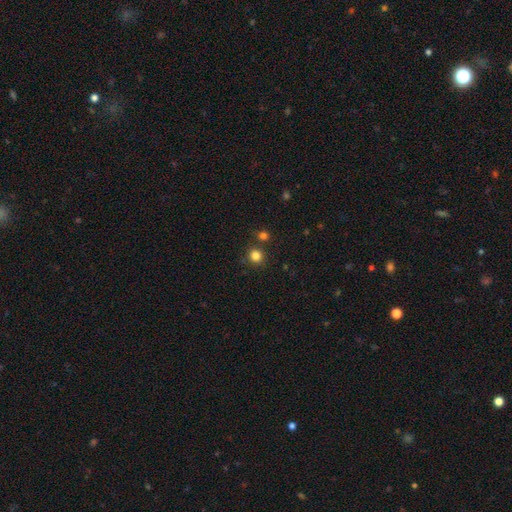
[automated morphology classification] Smooth or featured: smooth — 82% (star or artifact — 14%)
How rounded: round — 91% (in between — 8%)
Merging: none — 81% (merger — 9%)